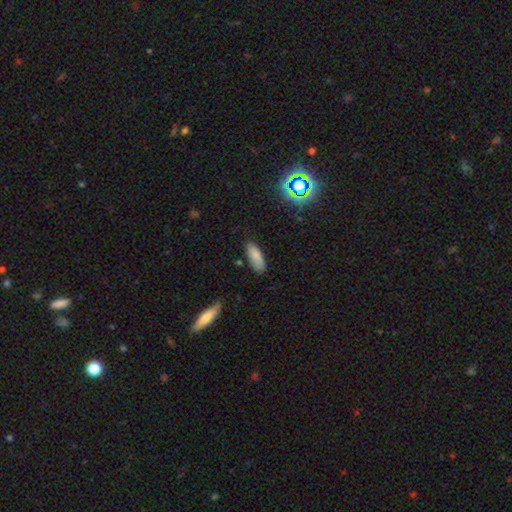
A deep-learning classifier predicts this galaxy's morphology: This appears to be a smooth galaxy with no disk features (82%) that is in between round and cigar-shaped (71%). Merging: none (78%).